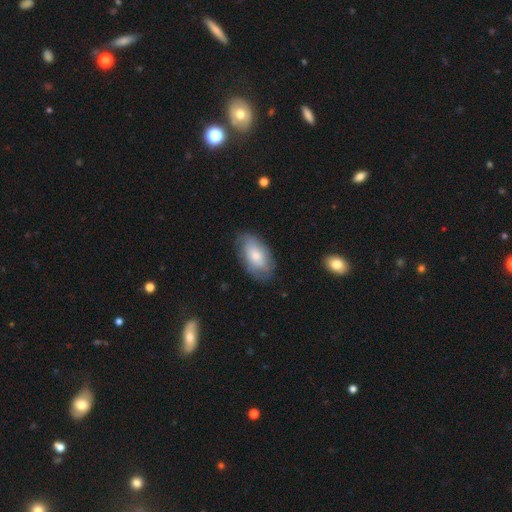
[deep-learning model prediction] Smooth or featured? smooth (60%)
How rounded? in between (93%)
Merging? none (73%)